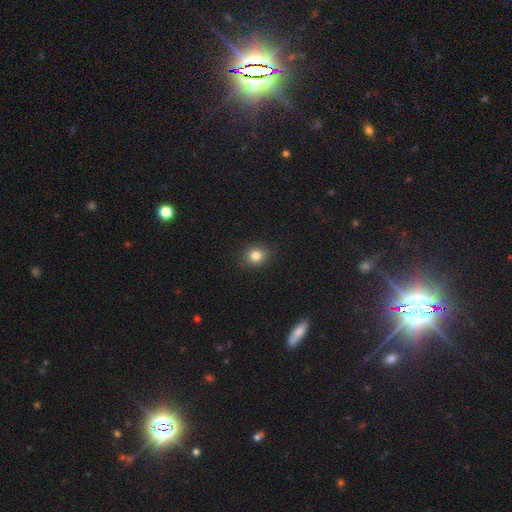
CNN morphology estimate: Smooth or featured?
  - smooth: 82% *
  - star or artifact: 12%
  - featured or disk: 6%
How rounded?
  - round: 74% *
  - in between: 25%
  - cigar-shaped: 1%
Merging?
  - none: 89% *
  - minor disturbance: 8%
  - major disturbance: 2%
  - merger: 1%